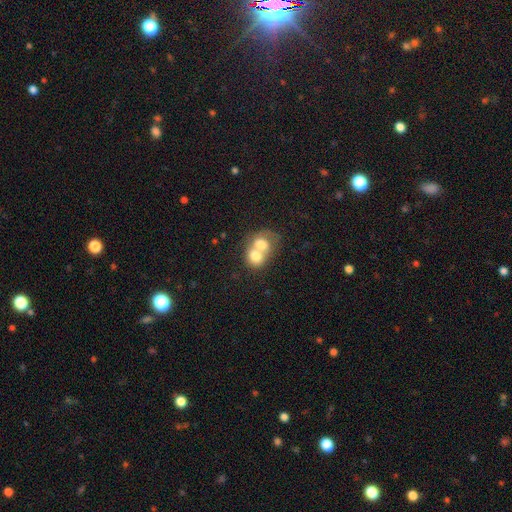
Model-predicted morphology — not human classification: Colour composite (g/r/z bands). It shows a smooth galaxy with no disk features (68%) that is round (55%). Merging: merger (79%).